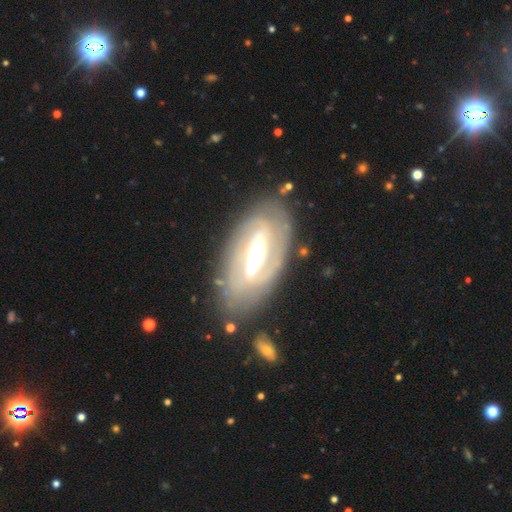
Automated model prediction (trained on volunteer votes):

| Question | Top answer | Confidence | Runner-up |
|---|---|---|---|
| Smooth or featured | featured or disk | 82% | smooth (13%) |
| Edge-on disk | no | 87% | yes (13%) |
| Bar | strong | 73% | weak (19%) |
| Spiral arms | yes | 74% | no (26%) |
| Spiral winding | tight | 56% | medium (31%) |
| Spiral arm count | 2 | 66% | can't tell (23%) |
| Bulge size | moderate | 57% | large (26%) |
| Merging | none | 75% | minor disturbance (15%) |